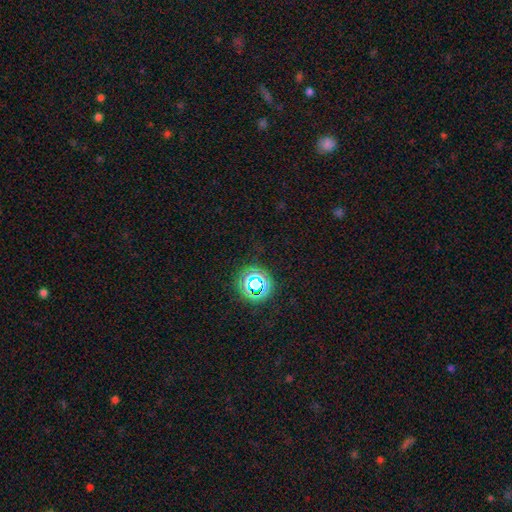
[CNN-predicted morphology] Overall: star or artifact (53%; smooth 40%).